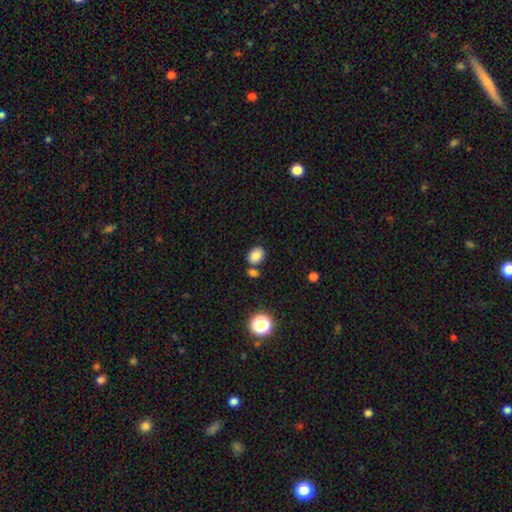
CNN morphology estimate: Smooth or featured: smooth — 84% (star or artifact — 10%)
How rounded: in between — 56% (round — 43%)
Merging: none — 68% (merger — 17%)